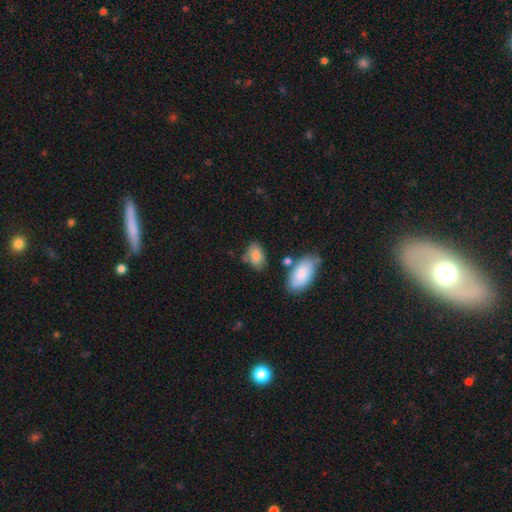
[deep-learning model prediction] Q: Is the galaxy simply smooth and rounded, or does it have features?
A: smooth — 81%.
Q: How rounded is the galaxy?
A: in between — 87%.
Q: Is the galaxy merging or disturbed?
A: none — 59%.